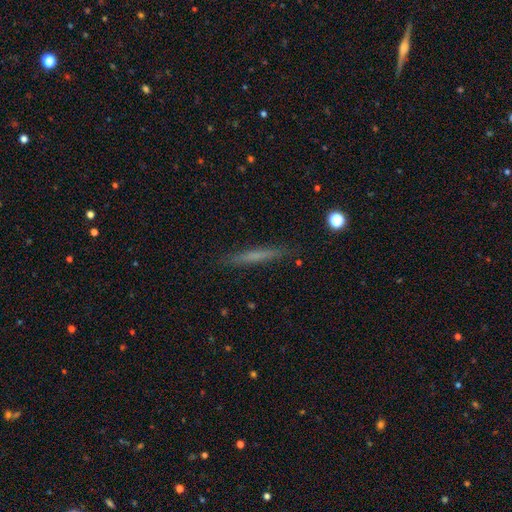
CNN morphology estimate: This is possibly a smooth galaxy (56%). How rounded: clearly cigar-shaped (95%). Merging: clearly none (89%).